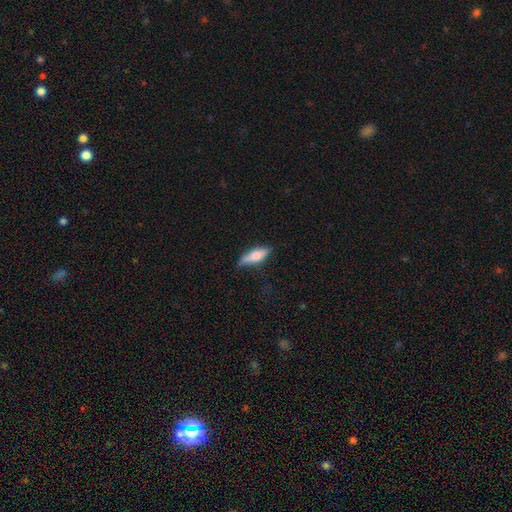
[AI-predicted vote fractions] Overall: smooth (65%; featured or disk 28%). How rounded: in between (55%; cigar-shaped 43%). Merging: none (73%).